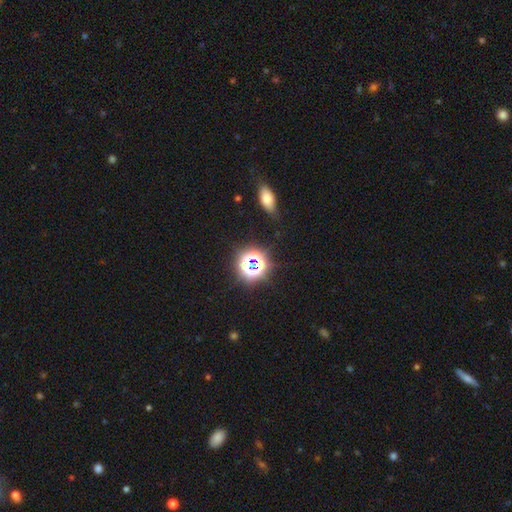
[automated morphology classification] This is likely a star or artifact rather than a galaxy (68%).